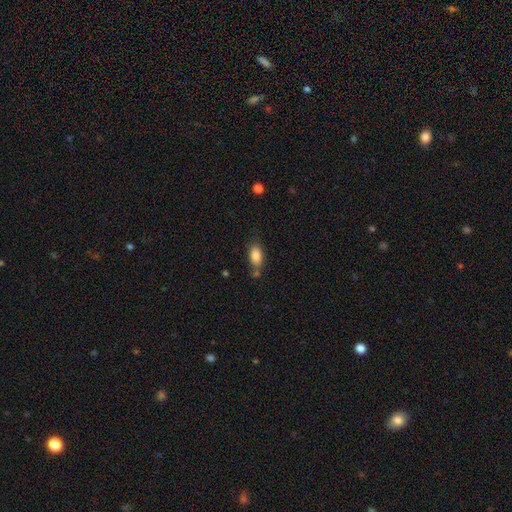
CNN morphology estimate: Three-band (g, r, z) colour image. It shows a smooth galaxy with no disk features (86%) that is in between round and cigar-shaped (89%). Merging: none (64%).